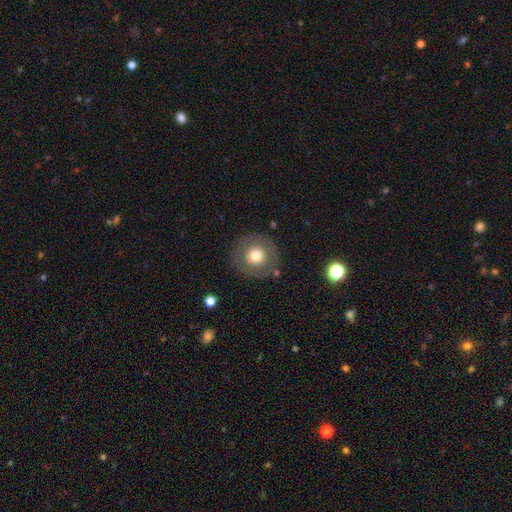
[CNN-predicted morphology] This appears to be a smooth galaxy with no disk features (65%) that is round (94%). Merging: none (84%).